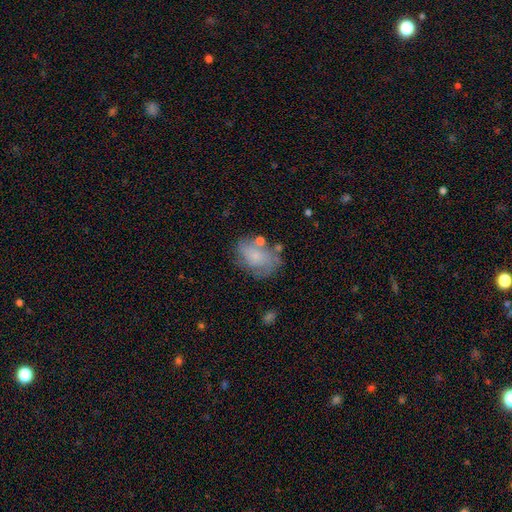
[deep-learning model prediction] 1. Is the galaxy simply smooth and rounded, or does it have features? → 55% smooth, 36% featured or disk, 9% star or artifact.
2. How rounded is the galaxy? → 80% in between, 18% round, 2% cigar-shaped.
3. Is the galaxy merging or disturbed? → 51% none, 26% minor disturbance, 14% major disturbance, 8% merger.